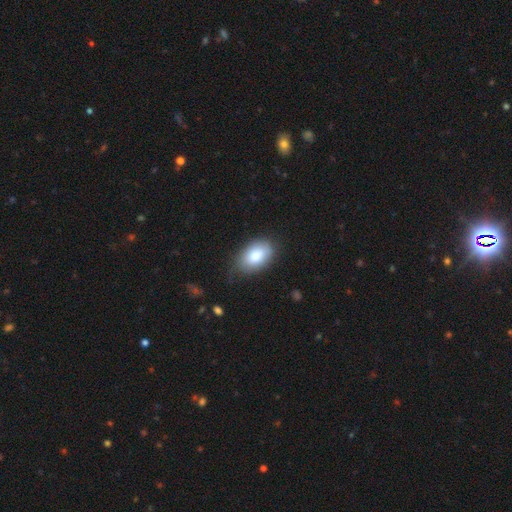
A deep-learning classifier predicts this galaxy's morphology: Smooth or featured? smooth (81%)
How rounded? in between (91%)
Merging? none (70%)